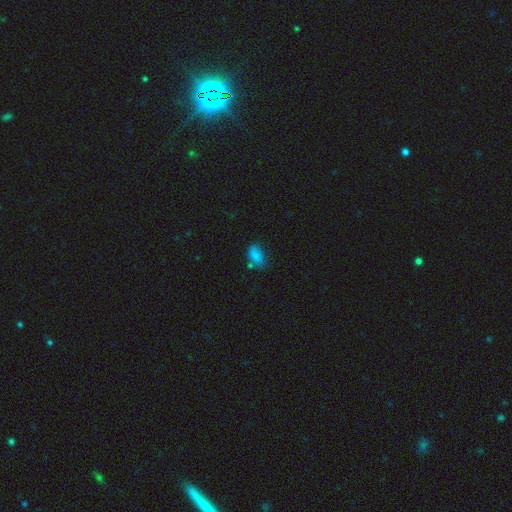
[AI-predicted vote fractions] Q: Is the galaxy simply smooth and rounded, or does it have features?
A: smooth — 82%.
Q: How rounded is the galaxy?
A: in between — 88%.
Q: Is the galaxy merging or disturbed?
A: none — 60%.